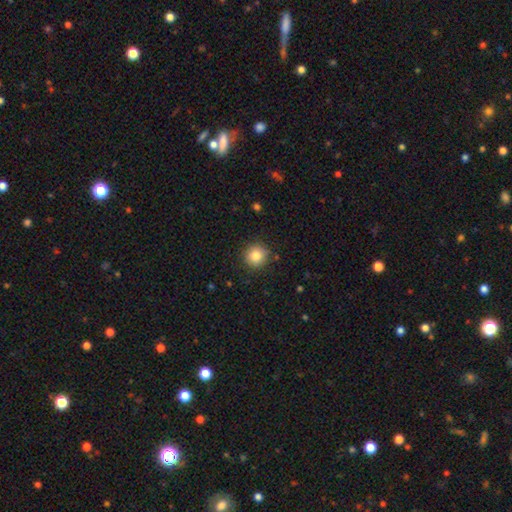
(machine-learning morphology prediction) Overall: smooth (83%). How rounded: round (92%). Merging: none (87%).